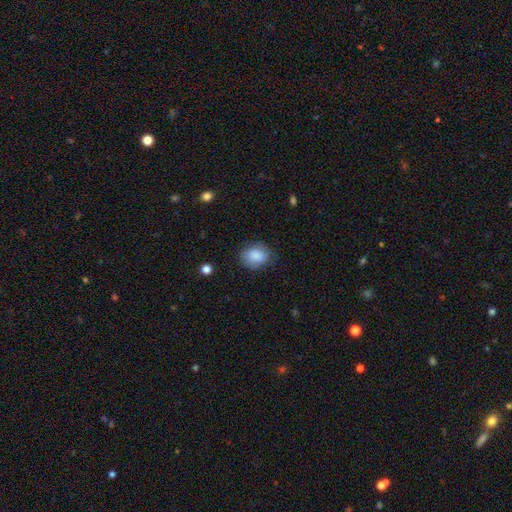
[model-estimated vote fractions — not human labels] This is clearly a smooth galaxy (85%). How rounded: possibly round (51%). Merging: likely none (75%).